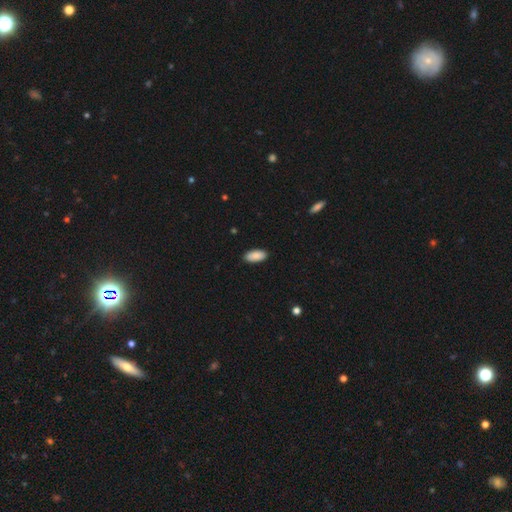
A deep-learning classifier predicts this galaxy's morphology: Smooth or featured? smooth (90%)
How rounded? in between (92%)
Merging? none (89%)